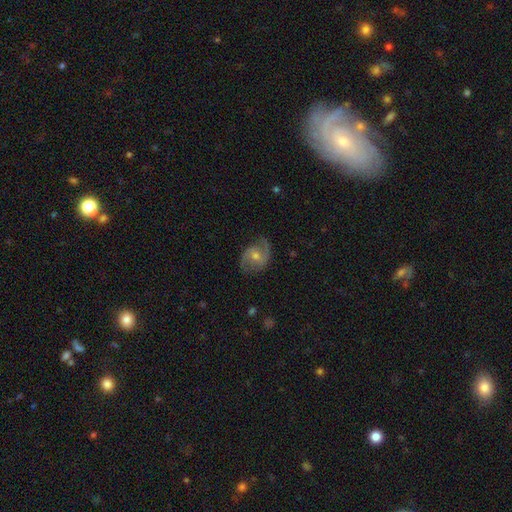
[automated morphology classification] Q: Smooth or featured?
A: featured or disk (80%); runner-up: smooth (13%)
Q: Edge-on disk?
A: no (97%); runner-up: yes (3%)
Q: Bar?
A: no (48%); runner-up: weak (42%)
Q: Spiral arms?
A: yes (94%); runner-up: no (6%)
Q: Spiral winding?
A: medium (52%); runner-up: loose (26%)
Q: Spiral arm count?
A: 2 (87%); runner-up: can't tell (5%)
Q: Bulge size?
A: moderate (53%); runner-up: small (42%)
Q: Merging?
A: none (76%); runner-up: minor disturbance (17%)